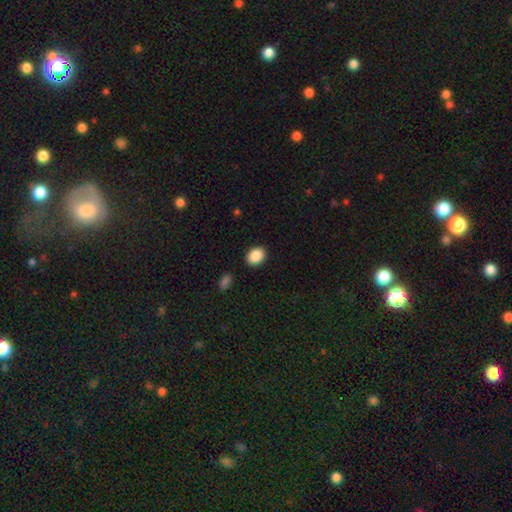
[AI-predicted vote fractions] Q: Smooth or featured?
A: smooth (89%); runner-up: star or artifact (8%)
Q: How rounded?
A: in between (69%); runner-up: round (30%)
Q: Merging?
A: none (89%); runner-up: minor disturbance (7%)